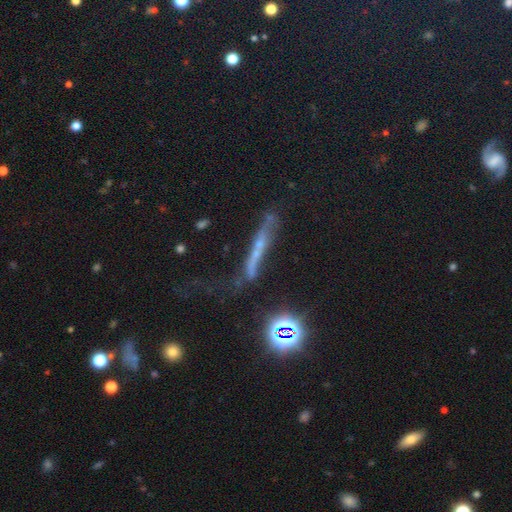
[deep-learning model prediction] Morphology: type=featured or disk (48%); merging=none (44%).